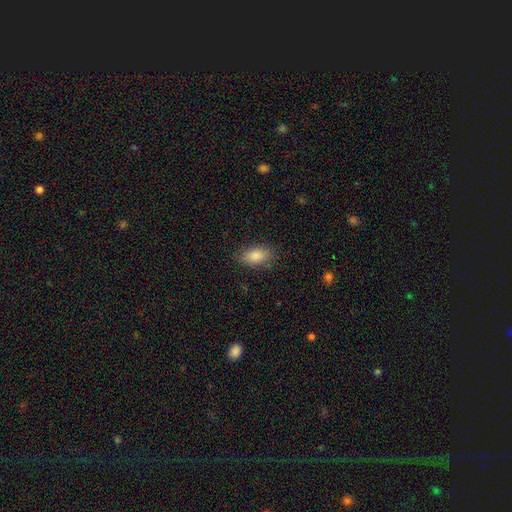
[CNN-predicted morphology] smooth_or_featured: smooth (p=0.86) [alt: star or artifact p=0.08]
how_rounded: in between (p=0.89) [alt: round p=0.06]
merging: none (p=0.83) [alt: minor disturbance p=0.12]